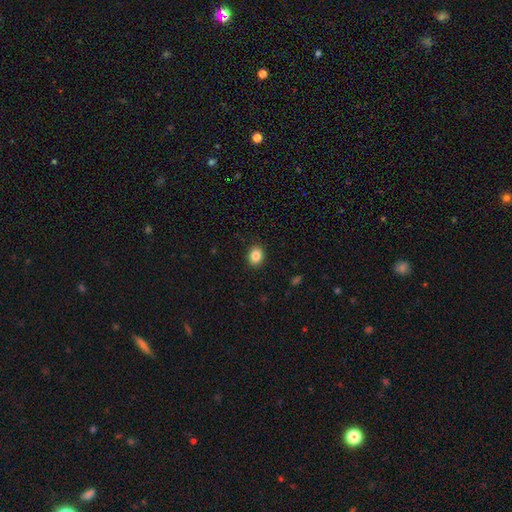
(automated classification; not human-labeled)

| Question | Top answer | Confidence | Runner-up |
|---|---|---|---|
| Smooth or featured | smooth | 86% | star or artifact (10%) |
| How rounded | round | 52% | in between (47%) |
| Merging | none | 90% | minor disturbance (7%) |